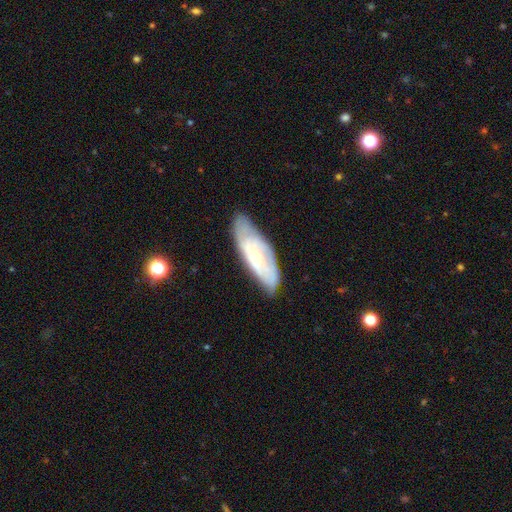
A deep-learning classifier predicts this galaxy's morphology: This appears to be a featured or disk galaxy (62%) with no bar (71%), spiral arms (70%) and a small central bulge (68%). Merging: none (70%).